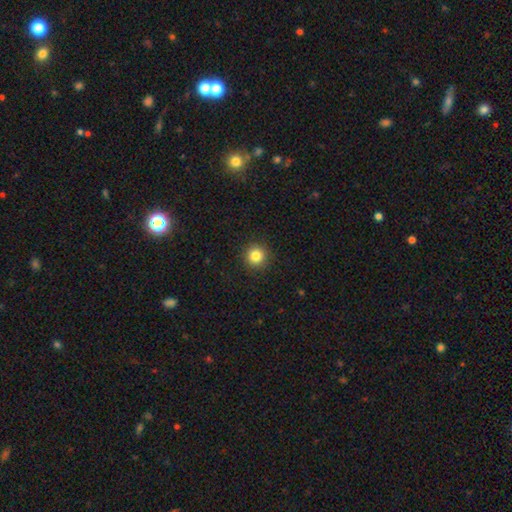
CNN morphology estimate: The model was most divided on "smooth or featured": smooth: 83%, star or artifact: 12%, featured or disk: 5%. More confident: how rounded — round (95%); merging — none (92%).